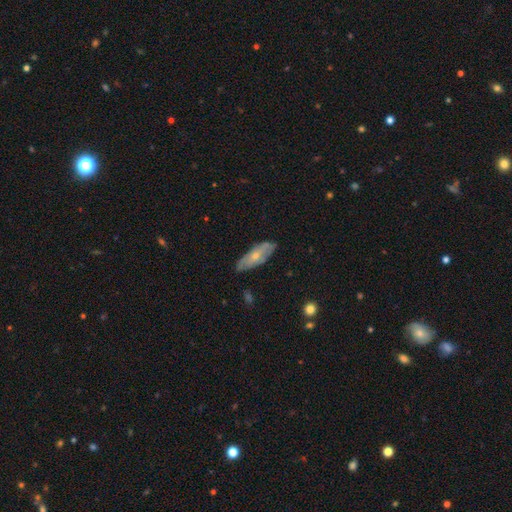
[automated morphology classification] A featured or disk galaxy (50%). Merging: none (76%).